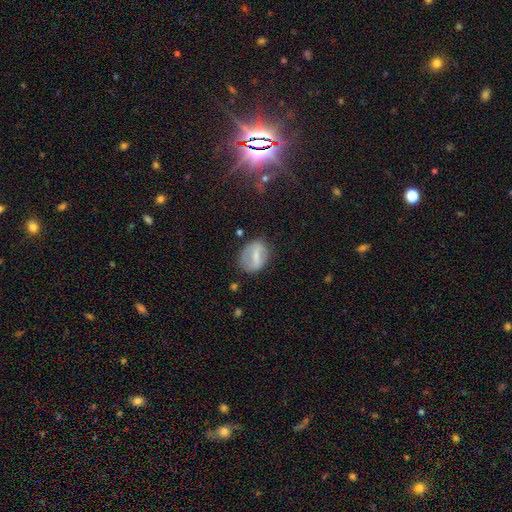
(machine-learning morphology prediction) smooth-or-featured: featured or disk: 49% | smooth: 43% | star or artifact: 8%
  merging: none: 70% | minor disturbance: 19% | major disturbance: 9% | merger: 2%